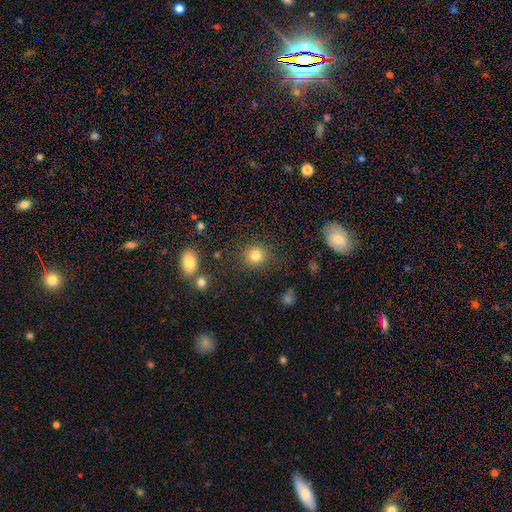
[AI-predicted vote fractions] smooth-or-featured: smooth: 81% | star or artifact: 13% | featured or disk: 6%
  how-rounded: round: 90% | in between: 9% | cigar-shaped: 1%
  merging: none: 87% | minor disturbance: 7% | major disturbance: 3% | merger: 3%